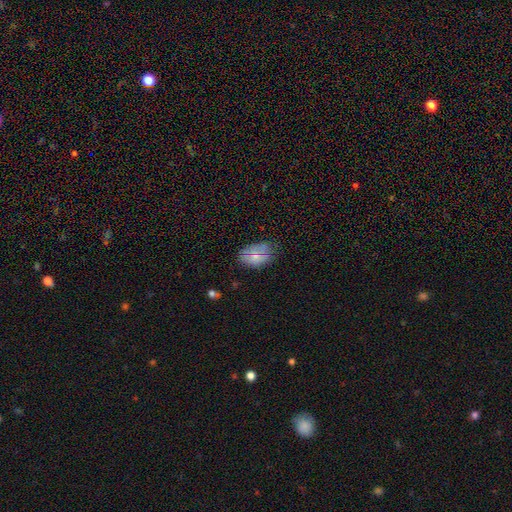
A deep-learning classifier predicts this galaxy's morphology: The model was most divided on "merging": none: 69%, minor disturbance: 23%, major disturbance: 6%, merger: 2%. More confident: how rounded — in between (88%); smooth or featured — smooth (67%).